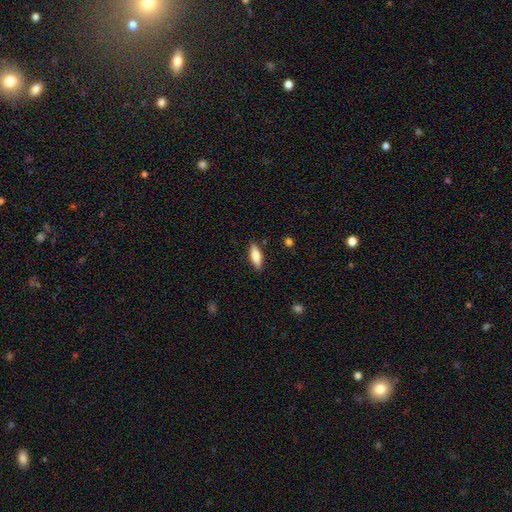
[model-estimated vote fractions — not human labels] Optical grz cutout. It shows a smooth galaxy with no disk features (71%) that is in between round and cigar-shaped (59%). Merging: none (87%).